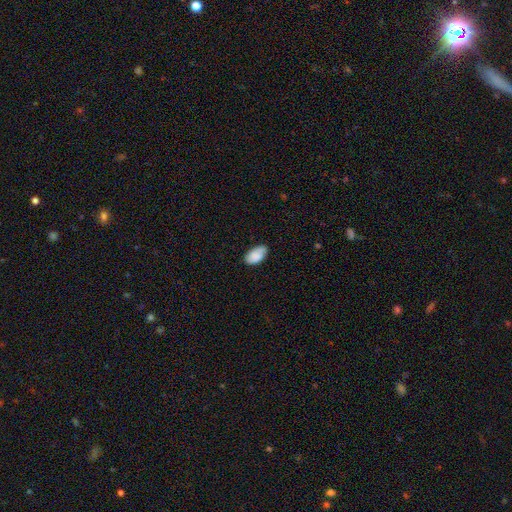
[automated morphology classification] The model was most divided on "merging": none: 74%, minor disturbance: 21%, major disturbance: 3%, merger: 1%. More confident: how rounded — in between (95%); smooth or featured — smooth (84%).